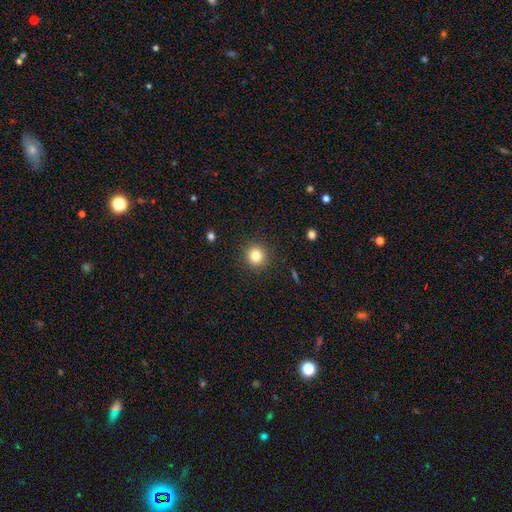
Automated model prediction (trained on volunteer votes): A smooth galaxy with no disk features (82%) that is round (94%). Merging: none (91%).